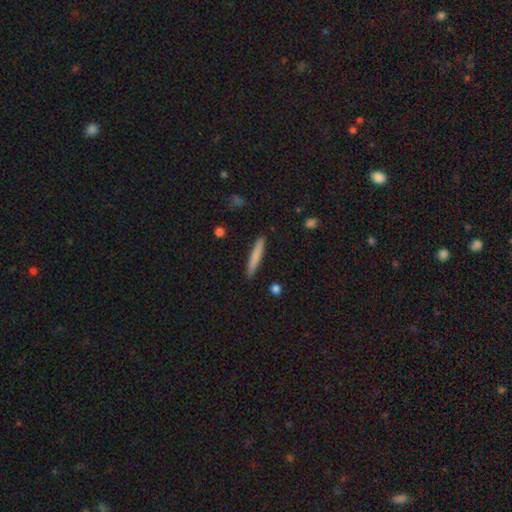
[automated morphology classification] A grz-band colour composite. It shows a smooth galaxy with no disk features (76%) that is cigar-shaped (95%). Merging: none (90%).